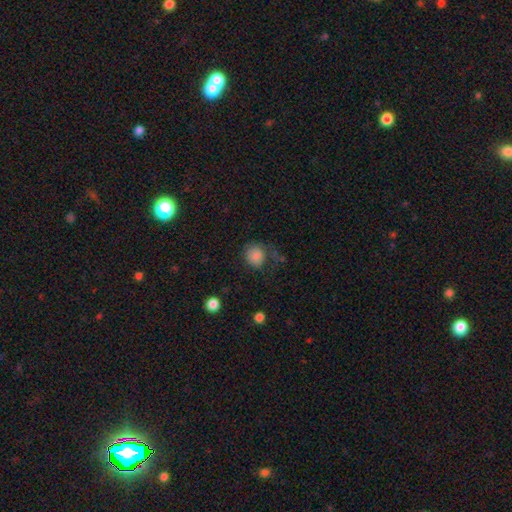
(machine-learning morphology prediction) smooth-or-featured: smooth: 83% | star or artifact: 10% | featured or disk: 6%
  how-rounded: round: 82% | in between: 17% | cigar-shaped: 1%
  merging: none: 60% | minor disturbance: 21% | major disturbance: 15% | merger: 4%